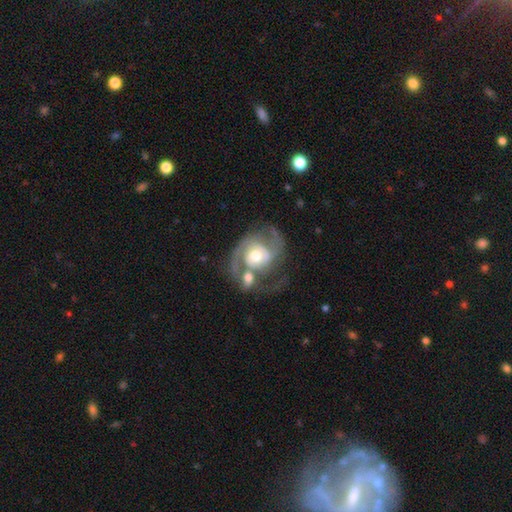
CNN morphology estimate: Overall: featured or disk (82%). Edge-on disk: no (98%). Bar: no (68%). Spiral arms: yes (90%). Spiral arm count: 2 (64%). Spiral winding: medium (45%; tight 33%). Bulge size: moderate (67%). Merging: merger (41%; none 25%).